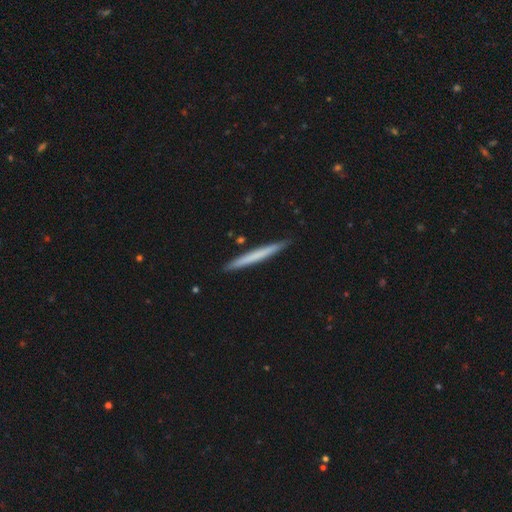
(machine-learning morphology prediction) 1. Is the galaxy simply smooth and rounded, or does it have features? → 60% smooth, 35% featured or disk, 5% star or artifact.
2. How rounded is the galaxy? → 97% cigar-shaped, 2% in between, 1% round.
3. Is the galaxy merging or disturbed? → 91% none, 7% minor disturbance, 1% merger, 1% major disturbance.